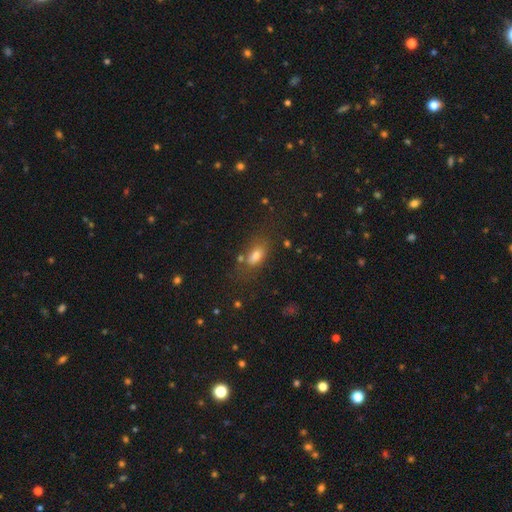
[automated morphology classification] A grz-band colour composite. It shows a smooth galaxy with no disk features (75%) that is in between round and cigar-shaped (82%). Merging: none (66%).